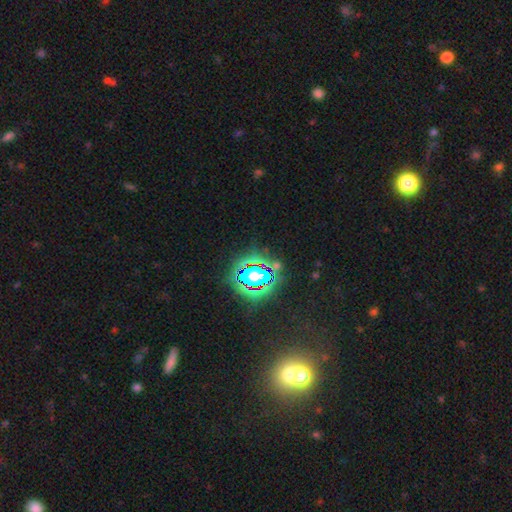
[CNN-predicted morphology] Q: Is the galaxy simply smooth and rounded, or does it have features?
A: star or artifact — 79%.